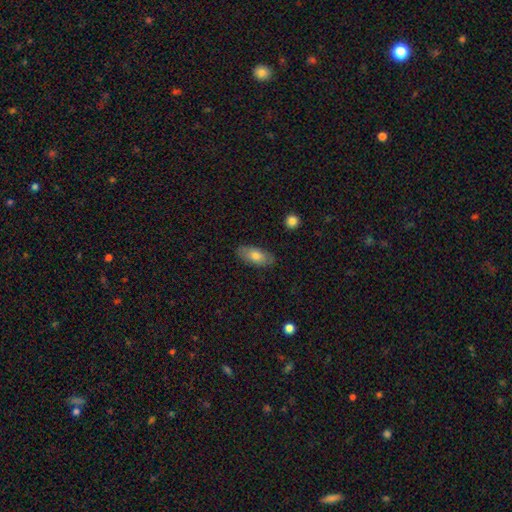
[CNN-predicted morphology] The model was most divided on "smooth or featured": smooth: 75%, featured or disk: 19%, star or artifact: 6%. More confident: how rounded — in between (87%); merging — none (84%).